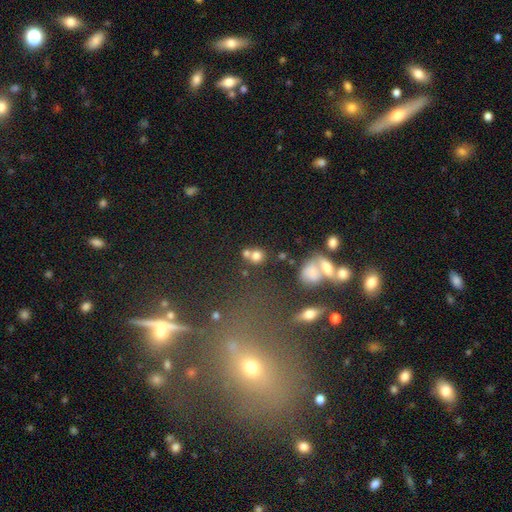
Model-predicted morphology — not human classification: A smooth galaxy with no disk features (75%) that is round (81%).

Vote fractions:
- Smooth or featured? smooth: 75% / star or artifact: 14% / featured or disk: 12%
- How rounded? round: 81% / in between: 18% / cigar-shaped: 1%
- Merging? none: 44% (tied) / merger: 44% (tied) / minor disturbance: 8% / major disturbance: 4%